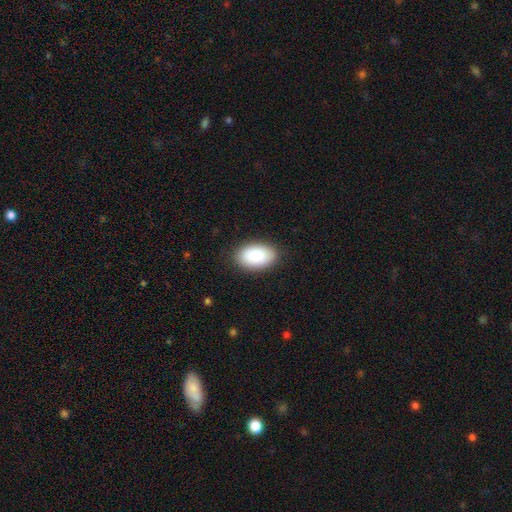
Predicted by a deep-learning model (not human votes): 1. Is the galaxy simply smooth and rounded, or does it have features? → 90% smooth, 6% star or artifact, 4% featured or disk.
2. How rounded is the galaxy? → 93% in between, 6% round, 1% cigar-shaped.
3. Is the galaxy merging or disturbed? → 87% none, 10% minor disturbance, 3% major disturbance, 1% merger.